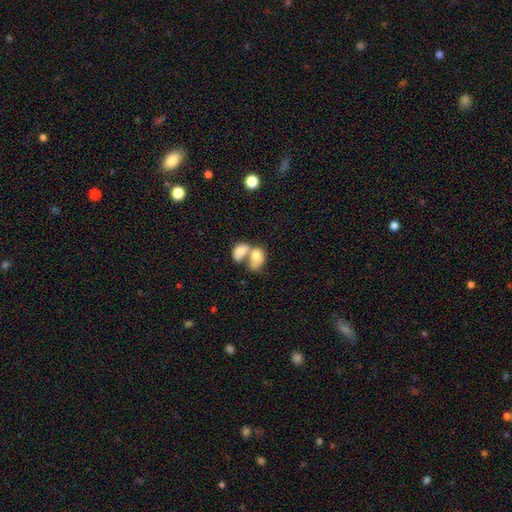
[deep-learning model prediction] Overall: smooth (74%). How rounded: in between (77%). Merging: merger (76%).